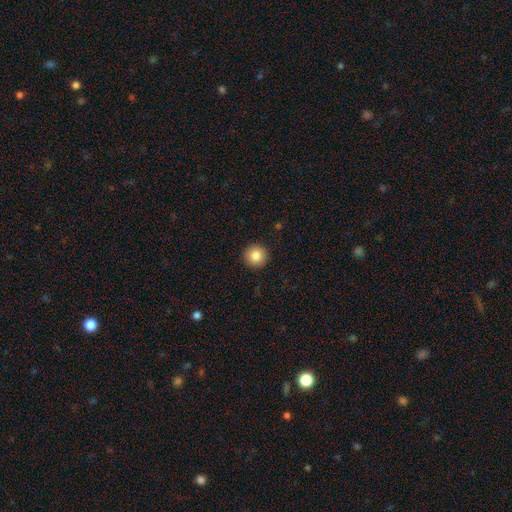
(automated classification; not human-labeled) Morphology: type=smooth (84%); roundness=round (96%); merging=none (93%).